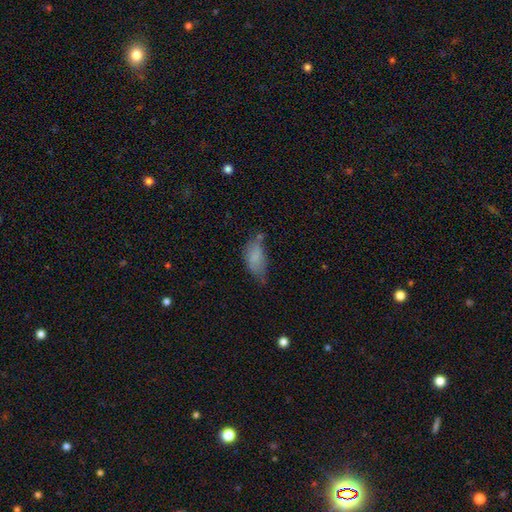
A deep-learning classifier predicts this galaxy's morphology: type=smooth (76%); roundness=in between (89%); merging=minor disturbance (38%).